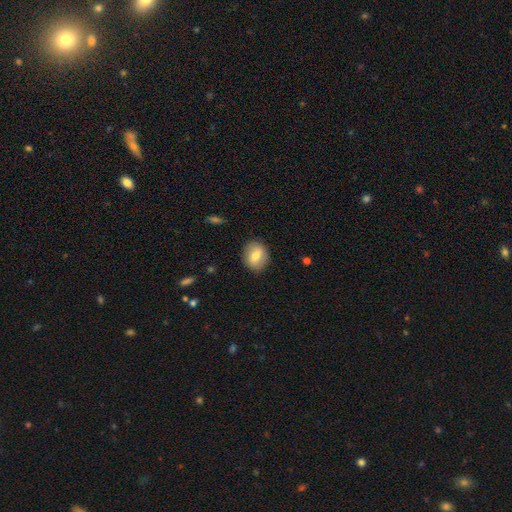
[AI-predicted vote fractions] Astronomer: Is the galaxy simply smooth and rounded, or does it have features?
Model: smooth — 70%.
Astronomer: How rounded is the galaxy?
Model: round — 57% (runner-up: in between, 41%).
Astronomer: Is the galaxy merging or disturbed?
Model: none — 87%.